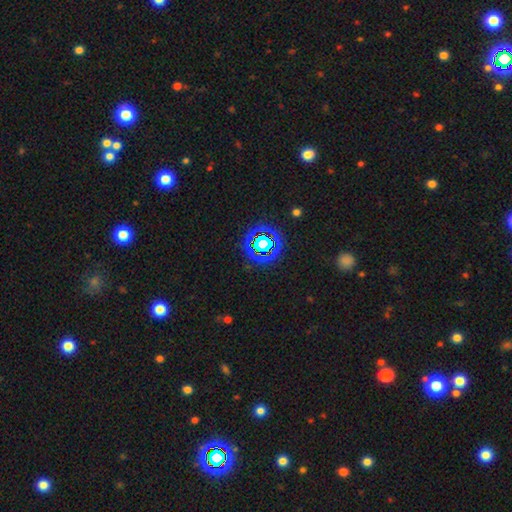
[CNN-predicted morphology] Overall: star or artifact (75%).